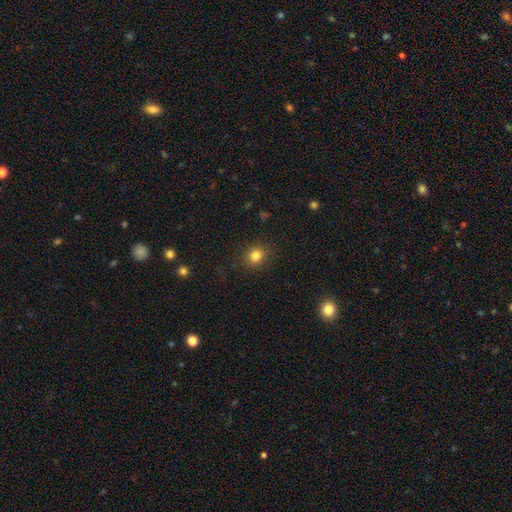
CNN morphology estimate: Smooth or featured? smooth (82%)
How rounded? round (70%)
Merging? none (87%)